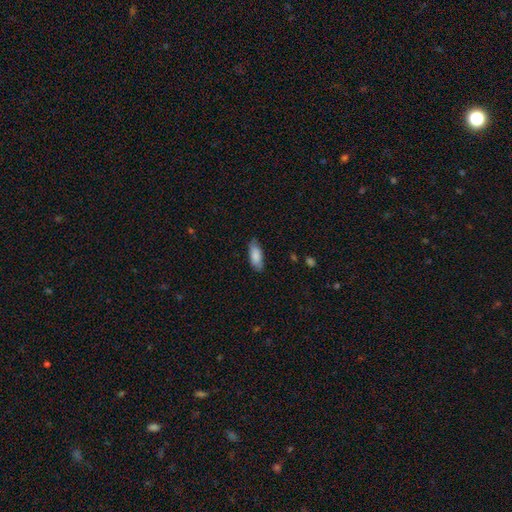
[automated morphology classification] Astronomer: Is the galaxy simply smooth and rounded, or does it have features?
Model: smooth — 86%.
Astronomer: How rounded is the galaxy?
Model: in between — 78%.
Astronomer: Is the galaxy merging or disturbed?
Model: none — 81%.